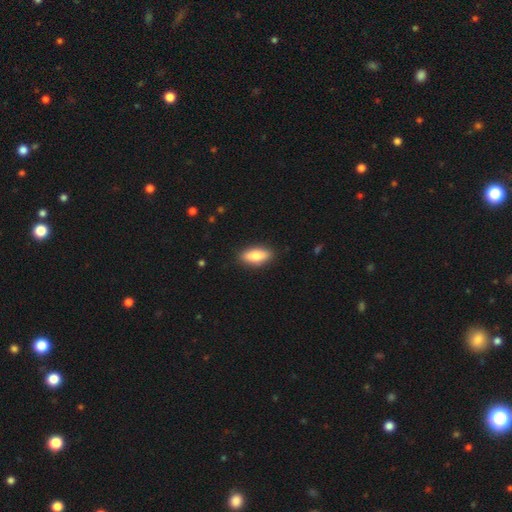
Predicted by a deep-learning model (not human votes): smooth-or-featured: smooth: 79% | featured or disk: 15% | star or artifact: 6%
  how-rounded: in between: 81% | cigar-shaped: 17% | round: 3%
  merging: none: 89% | minor disturbance: 8% | major disturbance: 2% | merger: 1%